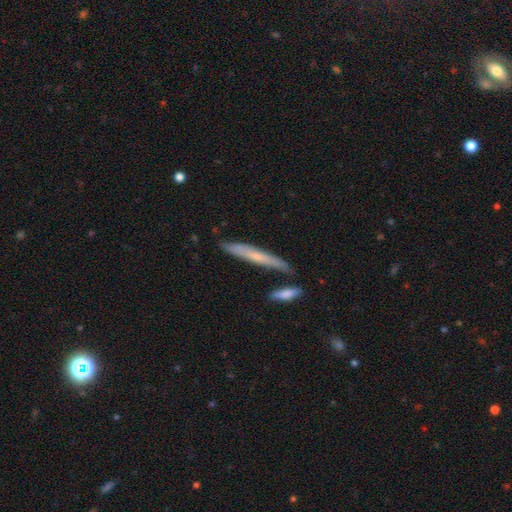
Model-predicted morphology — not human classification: type=smooth (47%, tied with featured or disk); merging=none (78%).